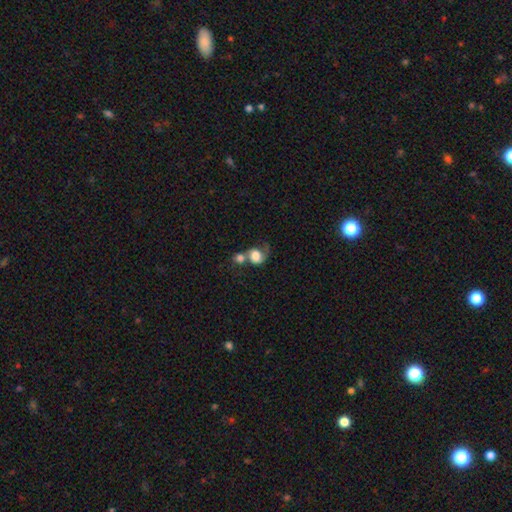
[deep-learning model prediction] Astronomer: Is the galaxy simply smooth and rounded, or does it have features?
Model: smooth — 64%.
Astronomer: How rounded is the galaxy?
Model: round — 65%.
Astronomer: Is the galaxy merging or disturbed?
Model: merger — 60%.